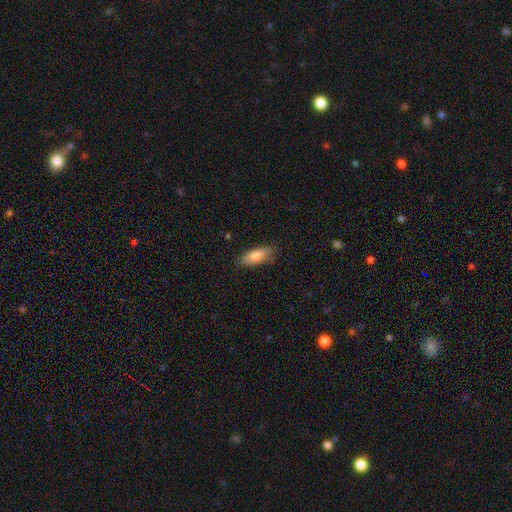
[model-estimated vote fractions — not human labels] Smooth or featured? smooth (81%)
How rounded? in between (73%)
Merging? none (81%)